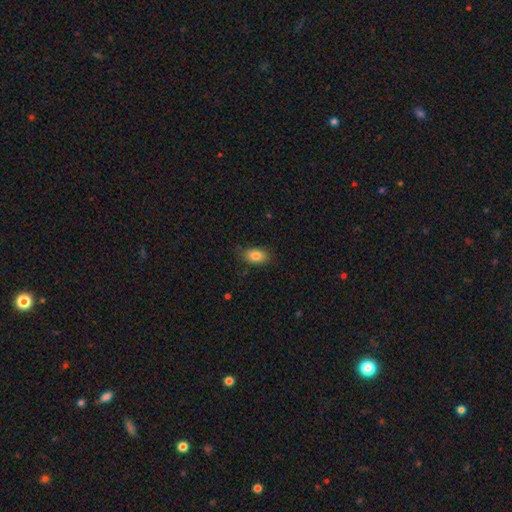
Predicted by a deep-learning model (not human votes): Smooth or featured?
  - smooth: 84% *
  - star or artifact: 8%
  - featured or disk: 8%
How rounded?
  - in between: 88% *
  - round: 10%
  - cigar-shaped: 2%
Merging?
  - none: 82% *
  - minor disturbance: 14%
  - major disturbance: 3%
  - merger: 1%